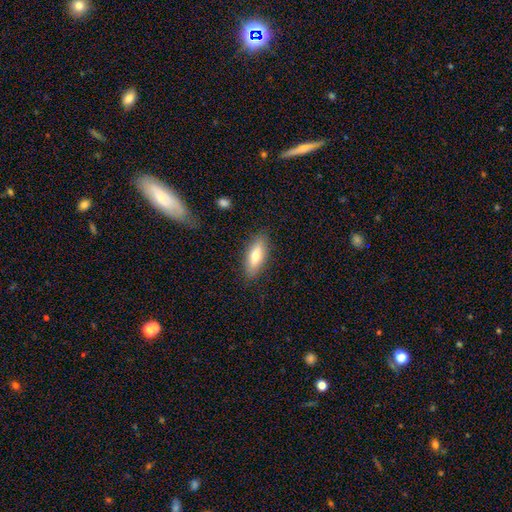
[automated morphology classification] Smooth or featured: smooth — 69% (featured or disk — 24%)
How rounded: in between — 63% (cigar-shaped — 35%)
Merging: none — 86% (minor disturbance — 10%)